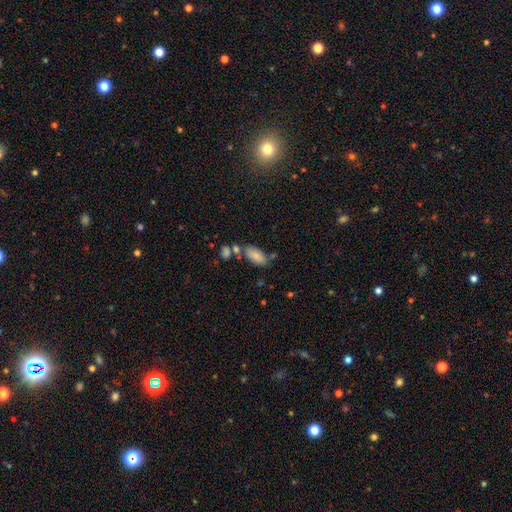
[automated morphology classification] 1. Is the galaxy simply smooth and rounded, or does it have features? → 83% smooth, 9% featured or disk, 7% star or artifact.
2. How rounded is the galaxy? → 90% in between, 8% cigar-shaped, 2% round.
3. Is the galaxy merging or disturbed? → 61% none, 18% merger, 16% minor disturbance, 5% major disturbance.